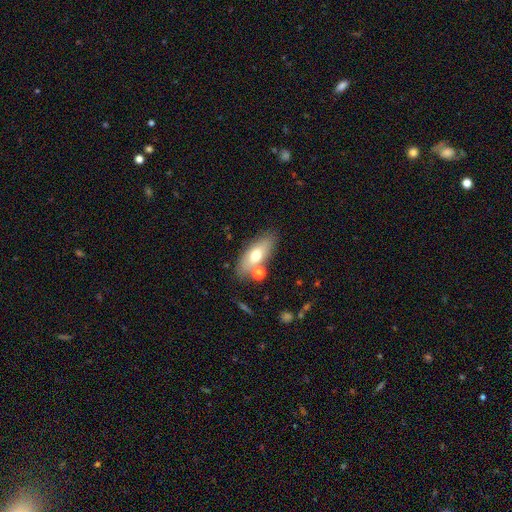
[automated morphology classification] Smooth or featured: smooth — 66% (featured or disk — 26%)
How rounded: in between — 74% (cigar-shaped — 21%)
Merging: none — 73% (minor disturbance — 13%)